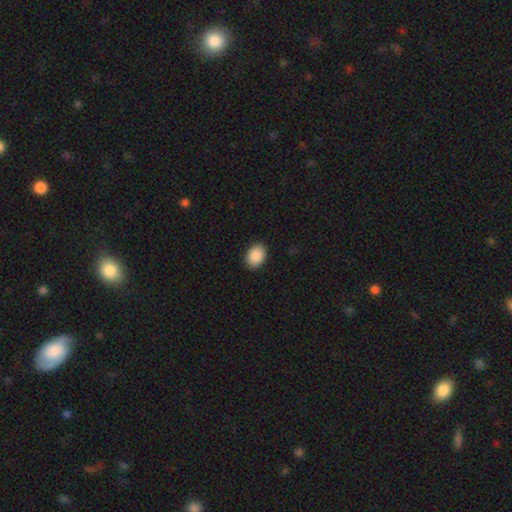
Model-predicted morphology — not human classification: A smooth galaxy with no disk features (90%) that is in between round and cigar-shaped (75%).

Vote fractions:
- Smooth or featured? smooth: 90% / star or artifact: 7% / featured or disk: 3%
- How rounded? in between: 75% / round: 24% / cigar-shaped: 1%
- Merging? none: 90% / minor disturbance: 7% / major disturbance: 2% / merger: 1%